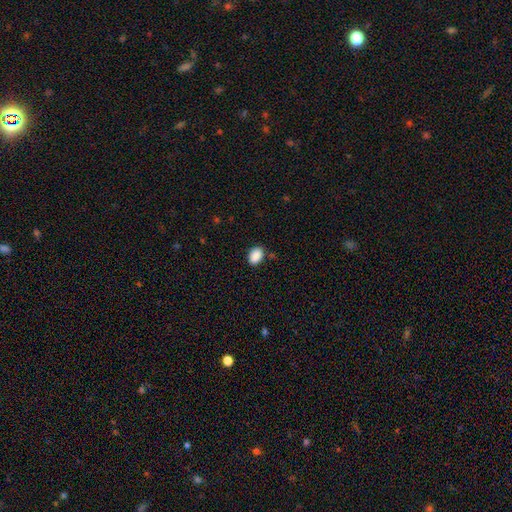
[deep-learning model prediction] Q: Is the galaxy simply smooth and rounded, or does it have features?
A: smooth — 89%.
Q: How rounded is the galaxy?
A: in between — 82%.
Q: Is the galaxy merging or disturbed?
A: none — 82%.